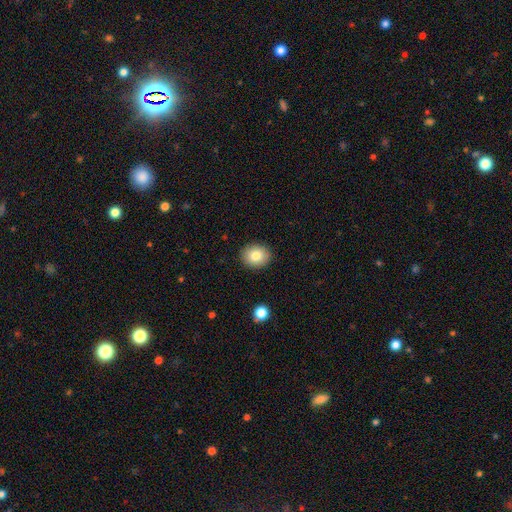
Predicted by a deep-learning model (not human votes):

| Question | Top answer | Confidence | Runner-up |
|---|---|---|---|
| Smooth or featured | smooth | 82% | featured or disk (9%) |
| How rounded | round | 65% | in between (34%) |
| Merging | none | 90% | minor disturbance (7%) |